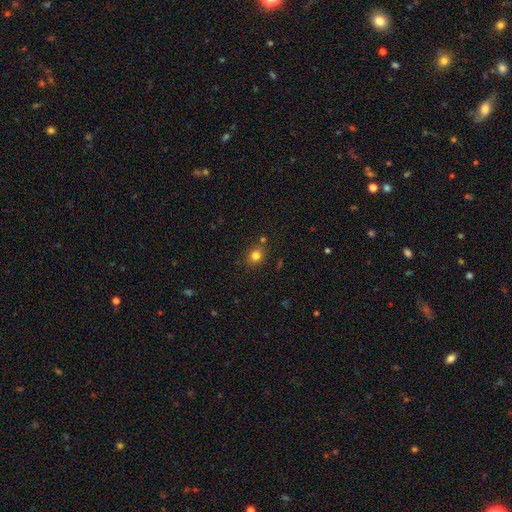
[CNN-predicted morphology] smooth-or-featured: smooth: 80% | star or artifact: 14% | featured or disk: 6%
  how-rounded: round: 75% | in between: 24% | cigar-shaped: 1%
  merging: none: 80% | minor disturbance: 11% | merger: 6% | major disturbance: 3%